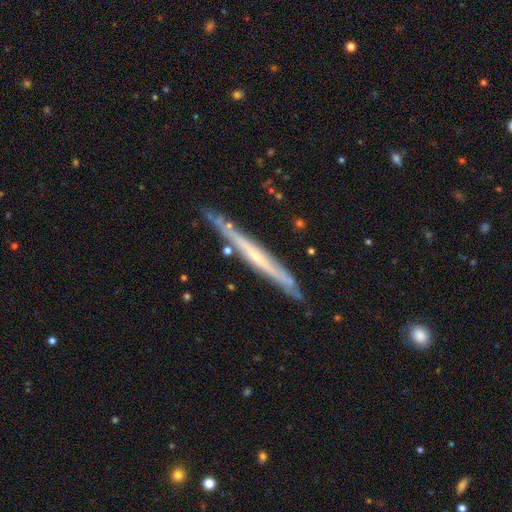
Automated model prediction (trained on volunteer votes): Smooth or featured: featured or disk — 70% (smooth — 24%)
Edge-on disk: yes — 94% (no — 6%)
Edge-on bulge: none — 65% (rounded — 30%)
Merging: none — 82% (minor disturbance — 14%)